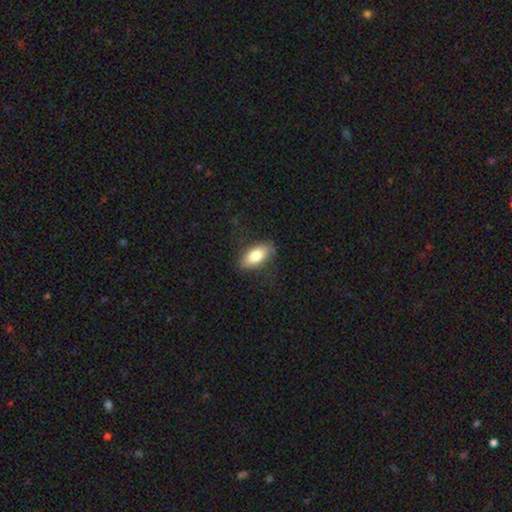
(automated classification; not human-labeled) Overall: smooth (78%). How rounded: in between (87%). Merging: none (79%).